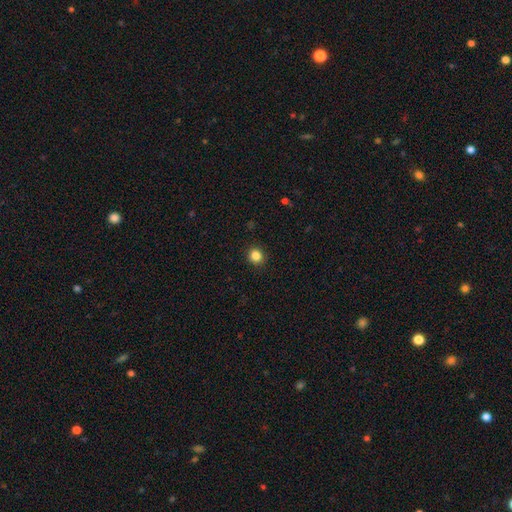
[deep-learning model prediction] A smooth galaxy with no disk features (85%) that is round (84%).

Vote fractions:
- Smooth or featured? smooth: 85% / star or artifact: 11% / featured or disk: 4%
- How rounded? round: 84% / in between: 15% / cigar-shaped: 1%
- Merging? none: 91% / minor disturbance: 6% / major disturbance: 2% / merger: 1%